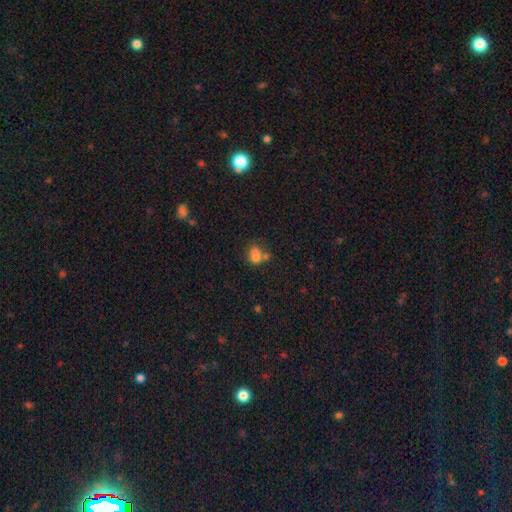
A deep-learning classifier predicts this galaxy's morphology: A smooth galaxy with no disk features (75%) that is in between round and cigar-shaped (68%). Merging: merger (40%).